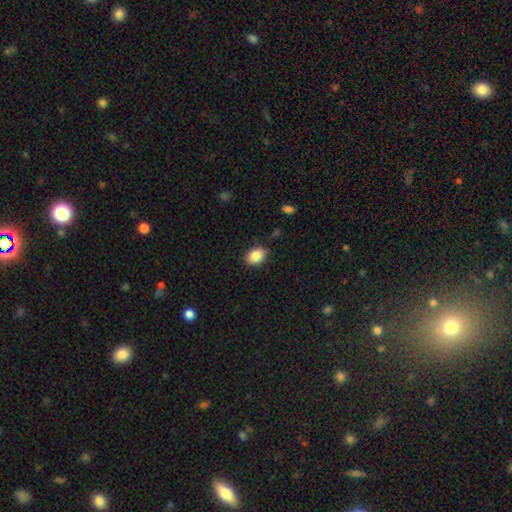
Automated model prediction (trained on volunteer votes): Smooth or featured? smooth (86%)
How rounded? in between (73%)
Merging? none (85%)